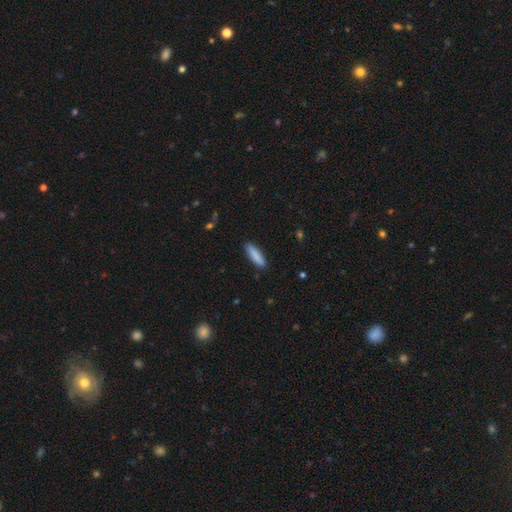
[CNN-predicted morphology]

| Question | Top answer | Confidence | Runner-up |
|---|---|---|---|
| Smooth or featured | smooth | 87% | featured or disk (7%) |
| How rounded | cigar-shaped | 68% | in between (31%) |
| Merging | none | 88% | minor disturbance (9%) |